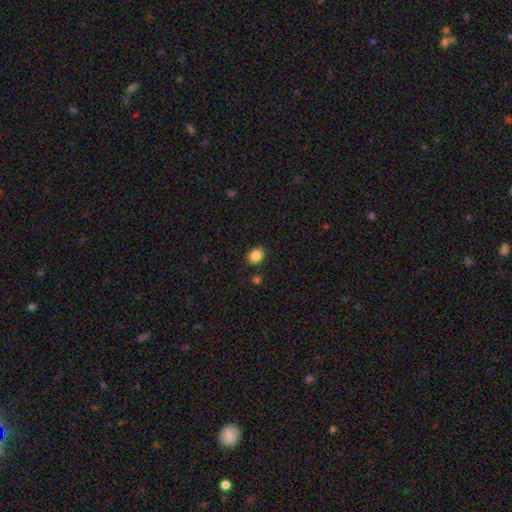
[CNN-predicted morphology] smooth-or-featured: smooth: 86% | star or artifact: 10% | featured or disk: 4%
  how-rounded: round: 57% | in between: 42% | cigar-shaped: 1%
  merging: none: 86% | minor disturbance: 9% | merger: 3% | major disturbance: 3%